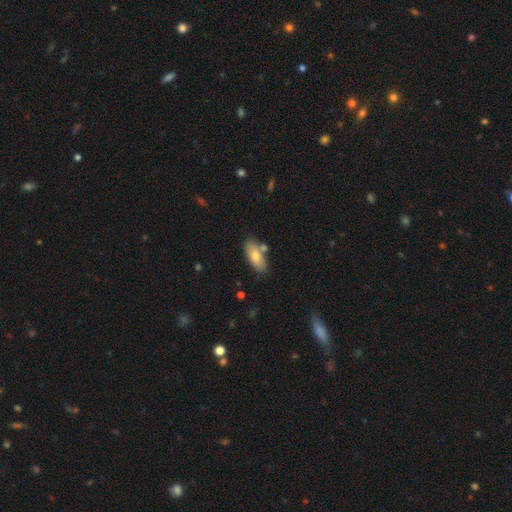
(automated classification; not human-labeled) A smooth galaxy with no disk features (75%) that is in between round and cigar-shaped (83%).

Vote fractions:
- Smooth or featured? smooth: 75% / featured or disk: 18% / star or artifact: 6%
- How rounded? in between: 83% / cigar-shaped: 14% / round: 3%
- Merging? none: 71% / minor disturbance: 15% / merger: 11% / major disturbance: 3%